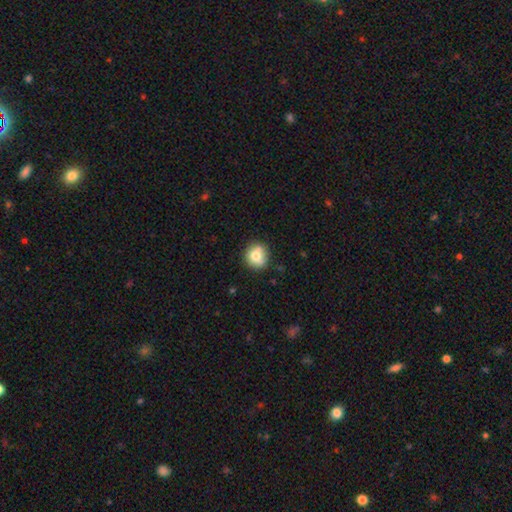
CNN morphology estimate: The model was most divided on "smooth or featured": smooth: 75%, featured or disk: 15%, star or artifact: 10%. More confident: how rounded — round (85%); merging — none (75%).